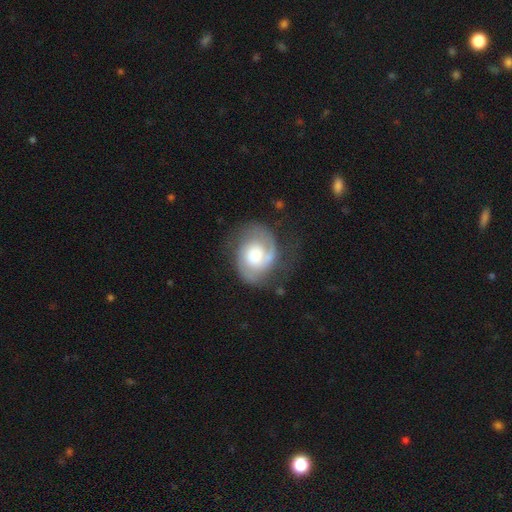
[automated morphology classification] This appears to be a featured or disk galaxy (72%) with no bar (73%), 2 (57%) tight (42%) spiral arms (91%) and a large central bulge (45%). Merging: none (53%).